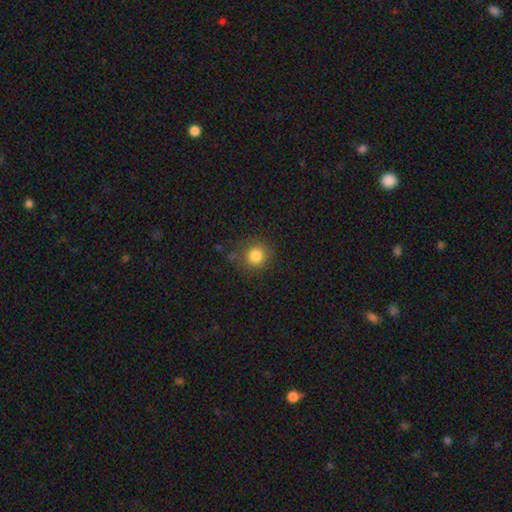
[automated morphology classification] smooth_or_featured: smooth (p=0.83) [alt: star or artifact p=0.11]
how_rounded: round (p=0.90) [alt: in between p=0.09]
merging: none (p=0.84) [alt: minor disturbance p=0.10]